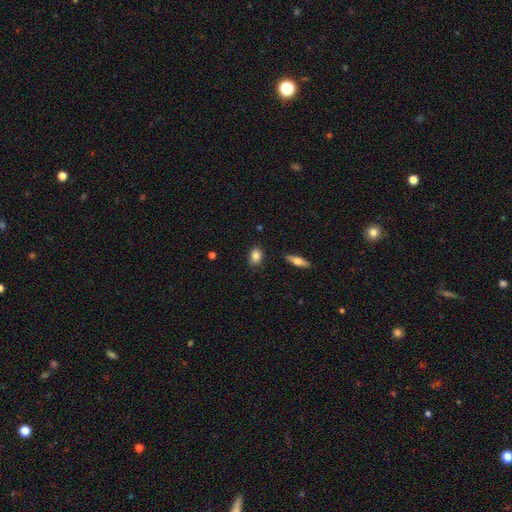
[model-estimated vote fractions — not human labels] A smooth galaxy with no disk features (85%) that is in between round and cigar-shaped (71%).

Vote fractions:
- Smooth or featured? smooth: 85% / featured or disk: 8% / star or artifact: 7%
- How rounded? in between: 71% / round: 26% / cigar-shaped: 3%
- Merging? none: 80% / minor disturbance: 16% / major disturbance: 3% / merger: 2%